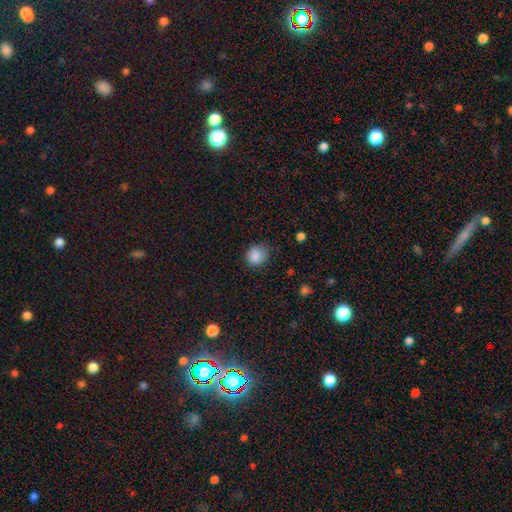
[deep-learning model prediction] A smooth galaxy with no disk features (86%) that is round (82%). Merging: none (74%).